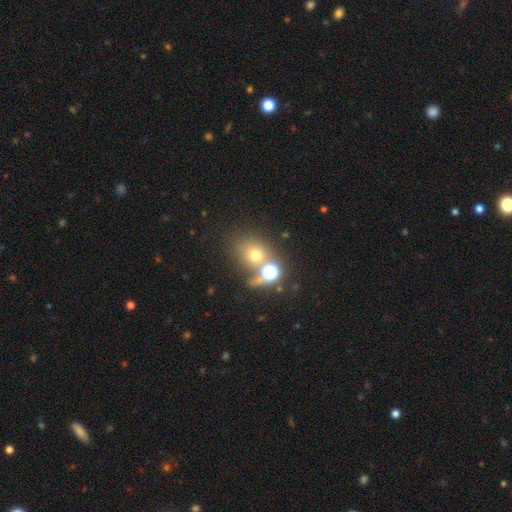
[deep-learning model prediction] This appears to be a smooth galaxy with no disk features (61%) that is round (72%). Merging: none (51%).